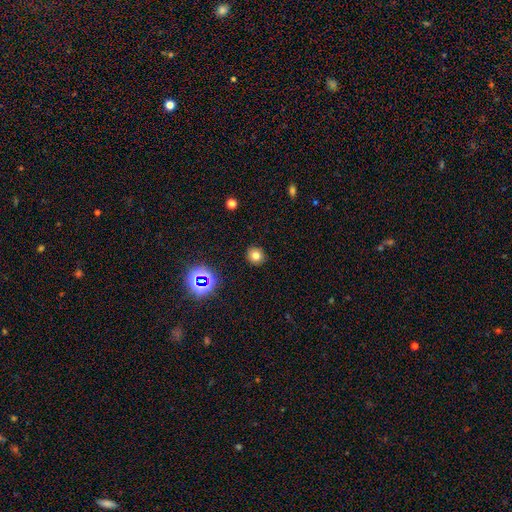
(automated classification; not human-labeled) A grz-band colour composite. It shows a smooth galaxy with no disk features (75%) that is round (85%). Merging: none (91%).